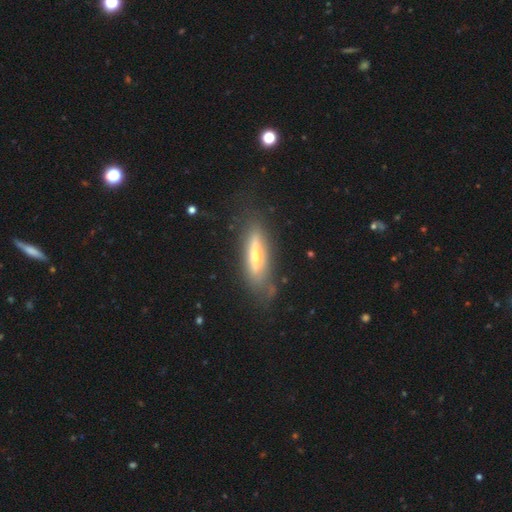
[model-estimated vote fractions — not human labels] smooth-or-featured: featured or disk: 55% | smooth: 37% | star or artifact: 8%
  disk-edge-on: yes: 69% | no: 31%
  merging: none: 71% | minor disturbance: 20% | major disturbance: 7% | merger: 2%